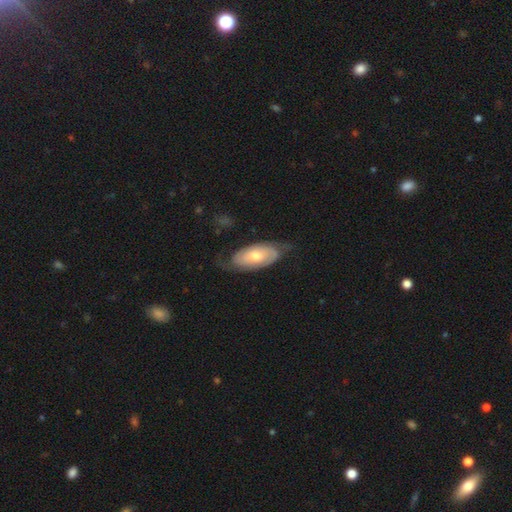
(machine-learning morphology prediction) A featured or disk galaxy (60%) with no bar (75%), spiral arms (78%) and a moderate central bulge (61%). Merging: none (65%).